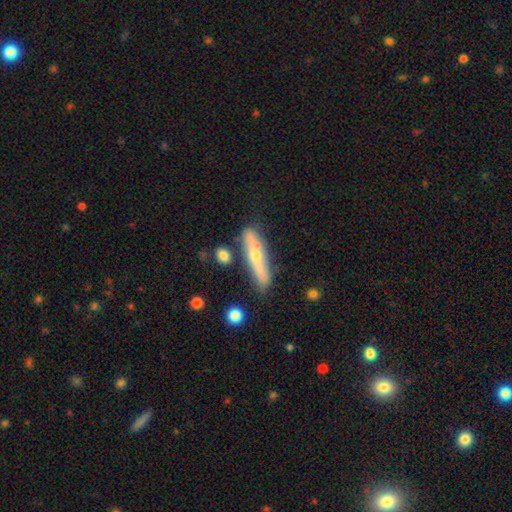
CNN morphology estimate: Smooth or featured? featured or disk (52%)
Edge-on disk? yes (78%)
Merging? none (73%)